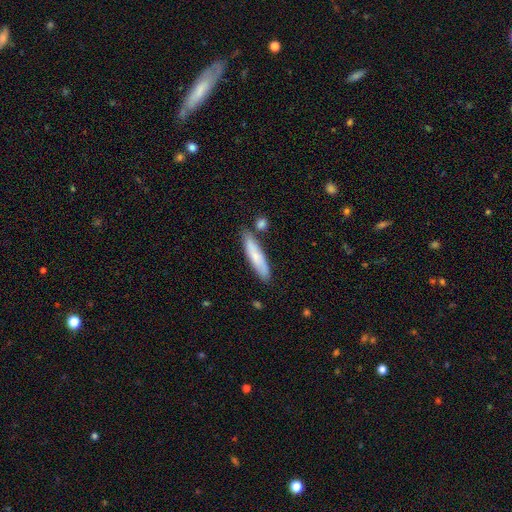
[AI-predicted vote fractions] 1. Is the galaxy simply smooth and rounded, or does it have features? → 72% smooth, 22% featured or disk, 6% star or artifact.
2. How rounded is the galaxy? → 81% cigar-shaped, 18% in between, 2% round.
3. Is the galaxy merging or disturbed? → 75% none, 15% minor disturbance, 7% merger, 3% major disturbance.